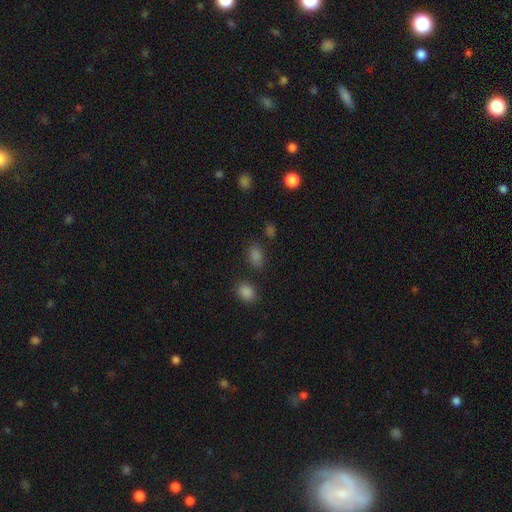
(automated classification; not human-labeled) Overall: smooth (74%). How rounded: in between (76%). Merging: none (77%).